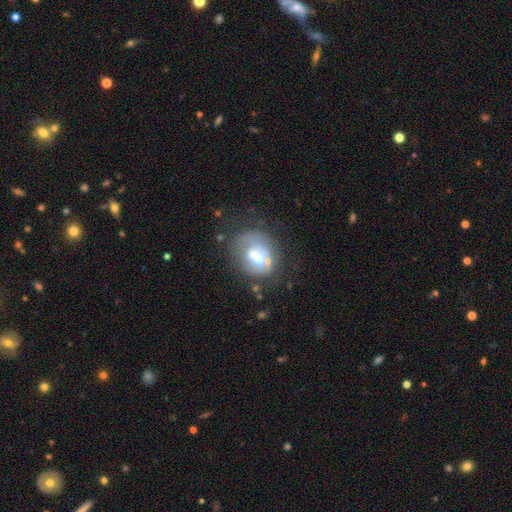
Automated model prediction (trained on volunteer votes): Morphology: type=smooth (48%); merging=none (47%).